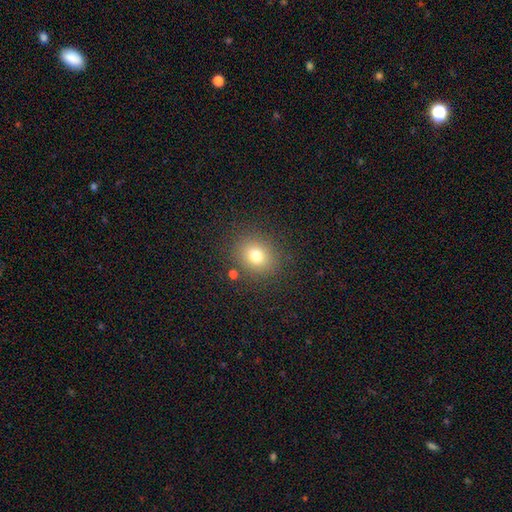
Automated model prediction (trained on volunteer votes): smooth 76%, star or artifact 14%, featured or disk 10%. Down the decision tree: how rounded — round (69%); merging — none (85%).